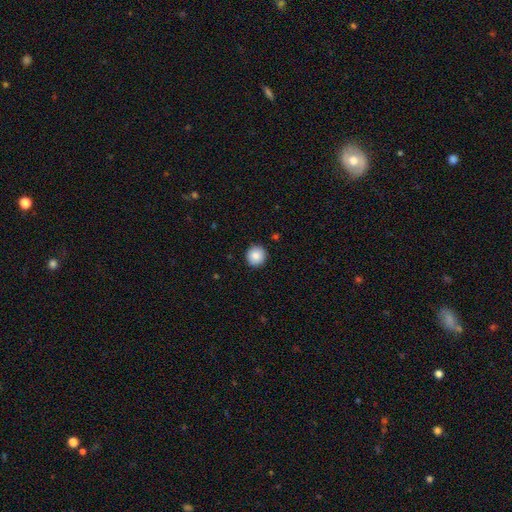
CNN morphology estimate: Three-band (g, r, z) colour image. It shows a smooth galaxy with no disk features (86%) that is round (95%). Merging: none (92%).